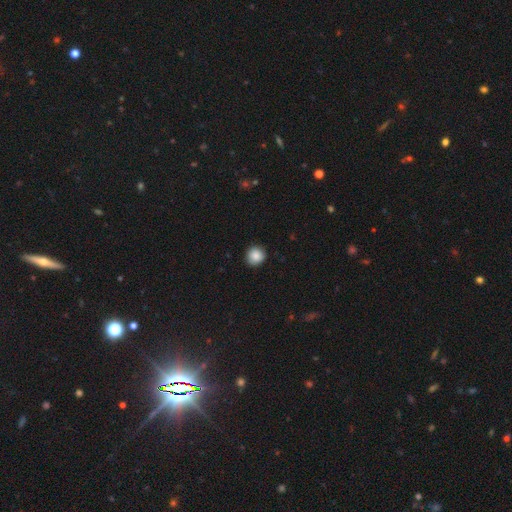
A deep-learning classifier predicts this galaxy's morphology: smooth-or-featured: smooth: 88% | star or artifact: 8% | featured or disk: 4%
  how-rounded: round: 92% | in between: 7% | cigar-shaped: 1%
  merging: none: 90% | minor disturbance: 7% | major disturbance: 2% | merger: 1%